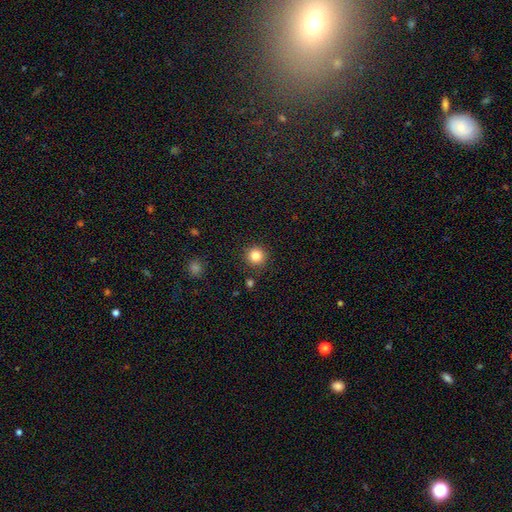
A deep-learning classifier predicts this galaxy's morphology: Overall: smooth (84%). How rounded: round (95%). Merging: none (90%).